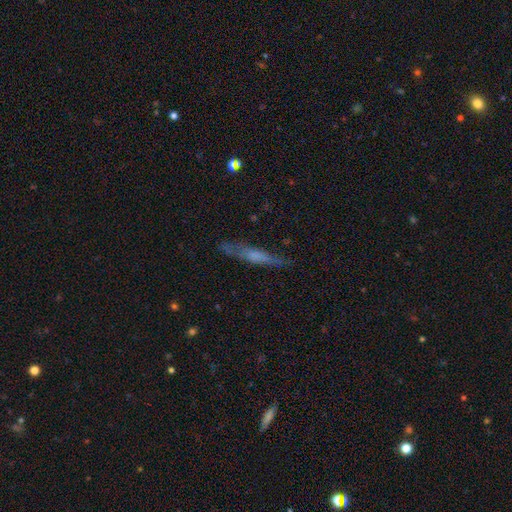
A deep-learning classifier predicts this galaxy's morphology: A featured or disk galaxy (51%) viewed edge-on (87%). Merging: none (76%).